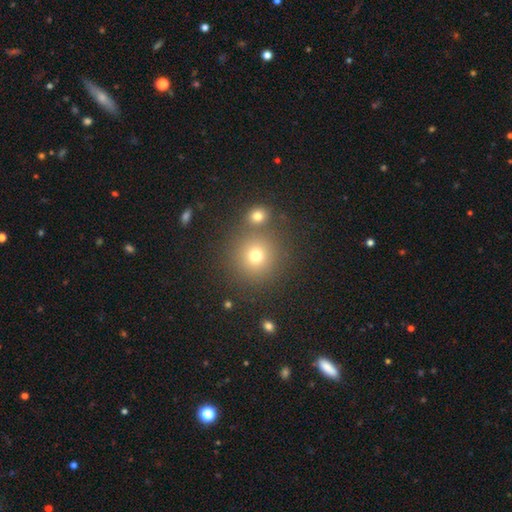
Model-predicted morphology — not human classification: A smooth galaxy with no disk features (73%) that is round (92%).

Vote fractions:
- Smooth or featured? smooth: 73% / star or artifact: 18% / featured or disk: 9%
- How rounded? round: 92% / in between: 7% / cigar-shaped: 1%
- Merging? none: 75% / merger: 14% / minor disturbance: 7% / major disturbance: 4%